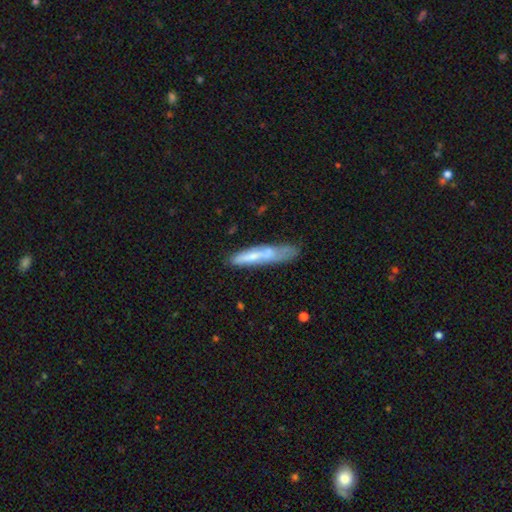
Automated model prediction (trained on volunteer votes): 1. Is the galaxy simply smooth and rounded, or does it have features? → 58% smooth, 35% featured or disk, 7% star or artifact.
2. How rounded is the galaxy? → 86% cigar-shaped, 12% in between, 1% round.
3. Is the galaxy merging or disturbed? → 49% none, 29% minor disturbance, 13% major disturbance, 9% merger.